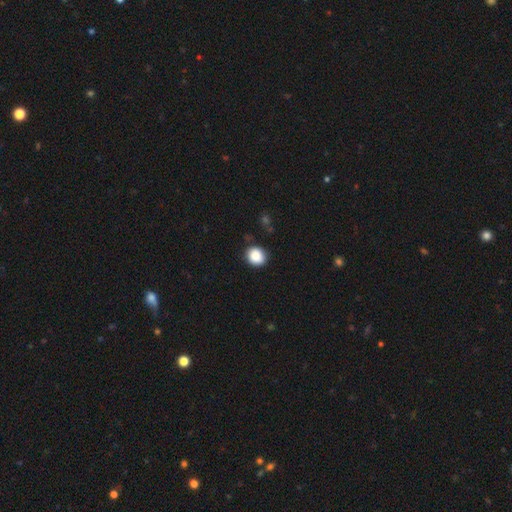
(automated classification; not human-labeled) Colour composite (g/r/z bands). It shows a smooth galaxy with no disk features (87%) that is round (74%). Merging: none (82%).